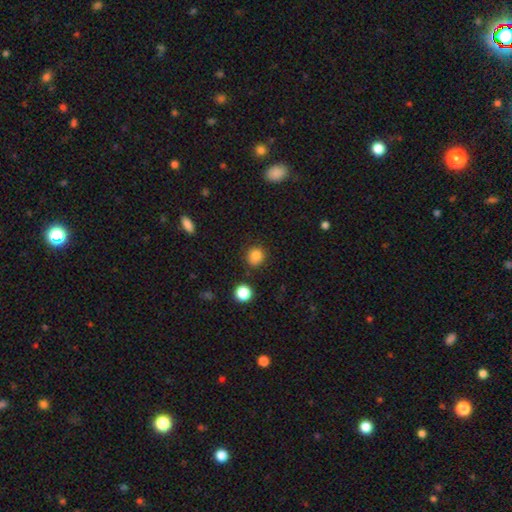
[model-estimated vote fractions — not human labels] This appears to be a smooth galaxy with no disk features (84%) that is round (86%). Merging: none (84%).